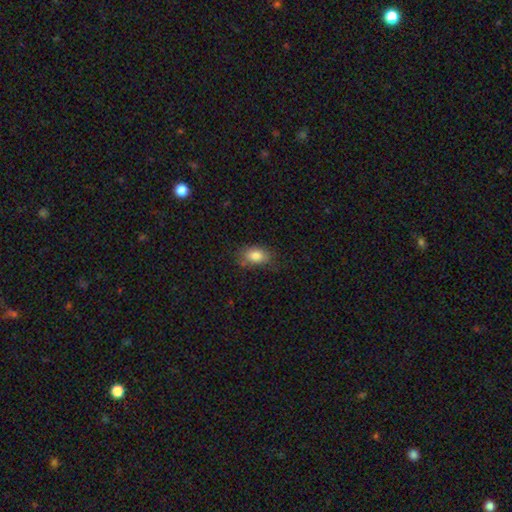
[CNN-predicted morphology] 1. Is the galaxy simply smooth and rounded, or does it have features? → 83% smooth, 8% star or artifact, 8% featured or disk.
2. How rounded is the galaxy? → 86% in between, 13% round, 2% cigar-shaped.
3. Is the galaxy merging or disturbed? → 71% none, 21% minor disturbance, 6% major disturbance, 2% merger.